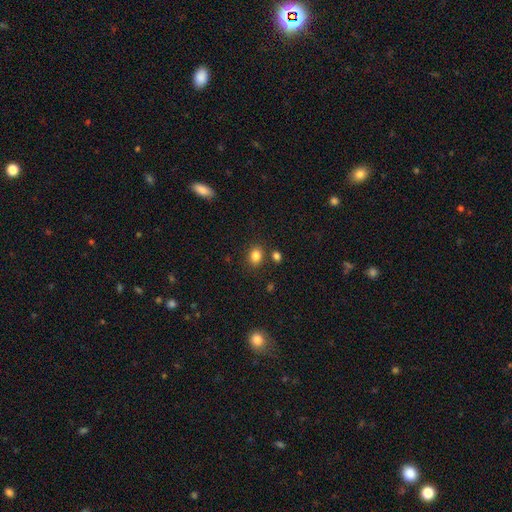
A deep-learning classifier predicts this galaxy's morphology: type=smooth (83%); roundness=round (50%); merging=none (79%).